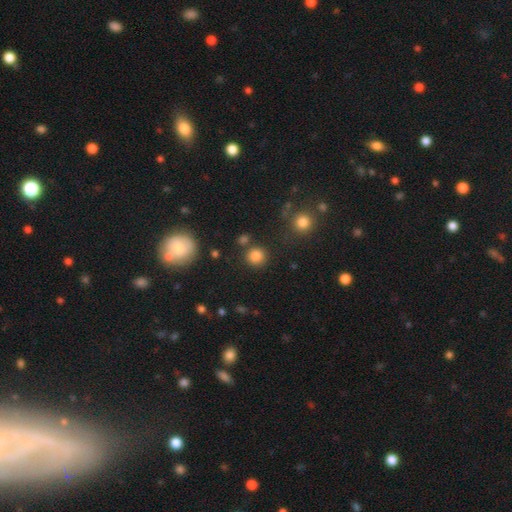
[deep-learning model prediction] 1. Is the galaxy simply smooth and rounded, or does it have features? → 82% smooth, 13% star or artifact, 5% featured or disk.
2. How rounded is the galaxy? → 91% round, 8% in between, 1% cigar-shaped.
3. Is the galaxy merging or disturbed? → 81% none, 8% minor disturbance, 7% merger, 4% major disturbance.